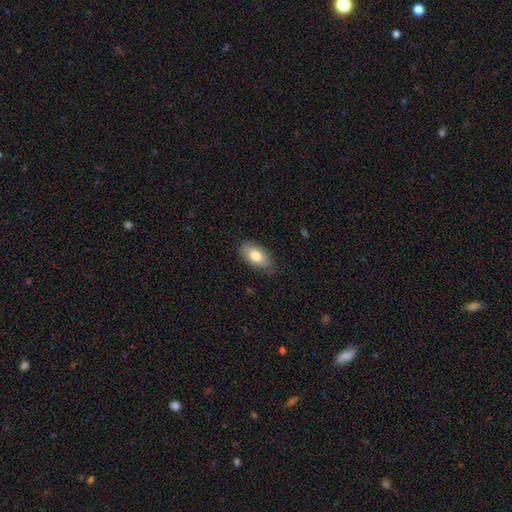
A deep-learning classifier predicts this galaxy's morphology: A smooth galaxy with no disk features (79%) that is in between round and cigar-shaped (92%). Merging: none (77%).